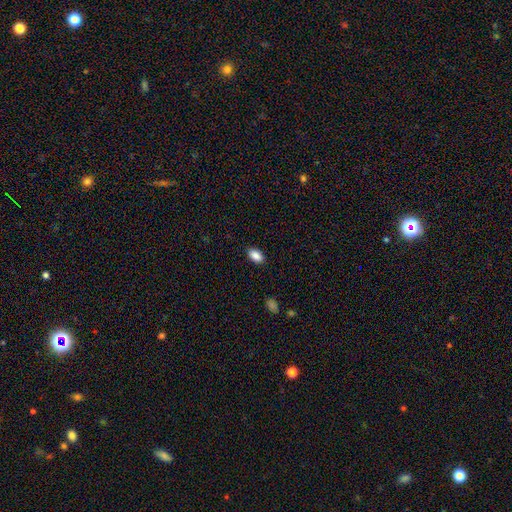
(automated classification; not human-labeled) Smooth or featured: smooth — 89% (star or artifact — 8%)
How rounded: in between — 92% (round — 6%)
Merging: none — 87% (minor disturbance — 10%)